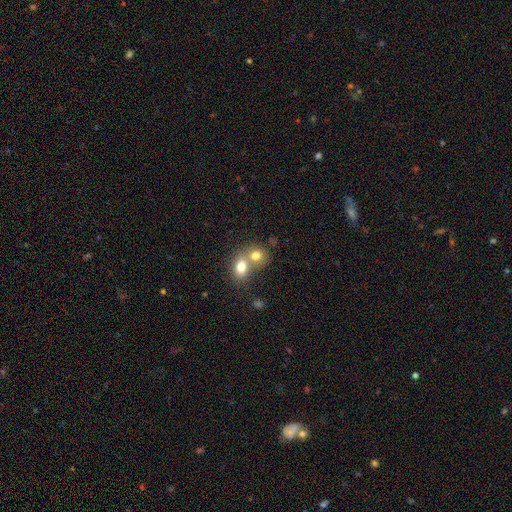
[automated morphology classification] This is likely a smooth galaxy (76%). How rounded: possibly round (54%). Merging: likely merger (63%).